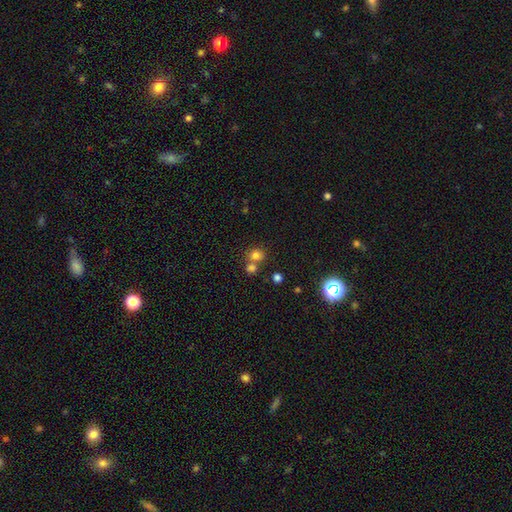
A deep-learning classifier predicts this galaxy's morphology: smooth 76%, star or artifact 16%, featured or disk 8%. Down the decision tree: how rounded — round (77%); merging — none (50%).